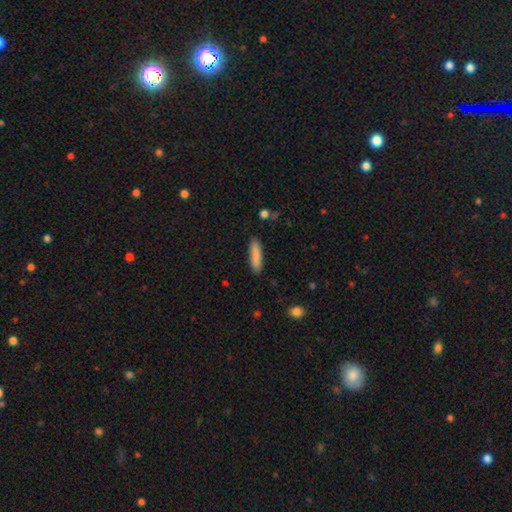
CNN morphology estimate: A smooth galaxy with no disk features (86%) that is cigar-shaped (76%). Merging: none (89%).